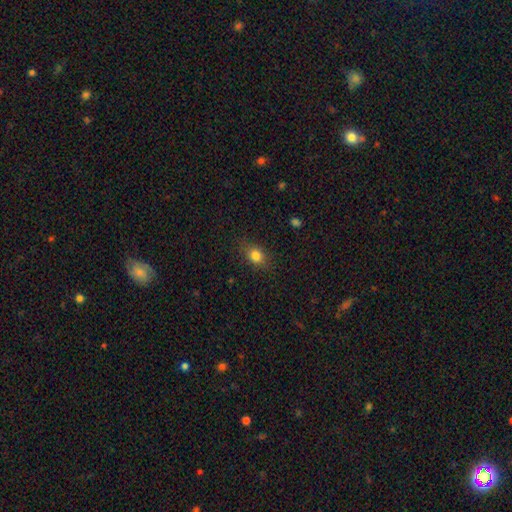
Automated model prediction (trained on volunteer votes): Overall: smooth (81%). How rounded: in between (56%; round 41%). Merging: none (82%).